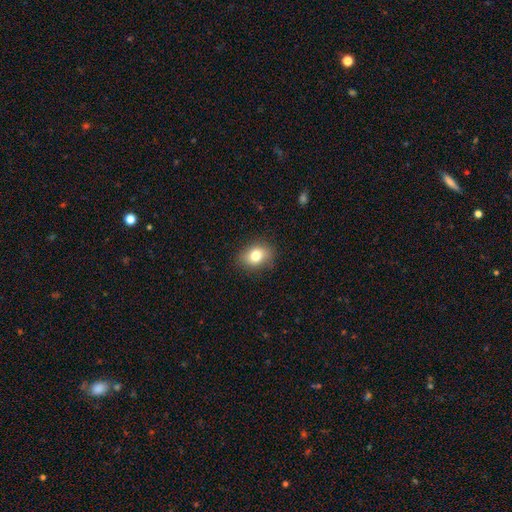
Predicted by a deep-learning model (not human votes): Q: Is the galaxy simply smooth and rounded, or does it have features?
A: smooth — 79%.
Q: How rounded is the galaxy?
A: in between — 65%.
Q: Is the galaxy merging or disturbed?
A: none — 84%.